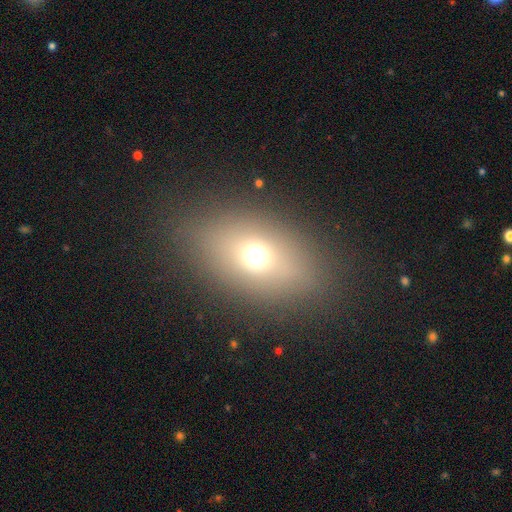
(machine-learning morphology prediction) Smooth or featured: smooth — 65% (star or artifact — 18%)
How rounded: in between — 72% (round — 26%)
Merging: none — 82% (minor disturbance — 10%)